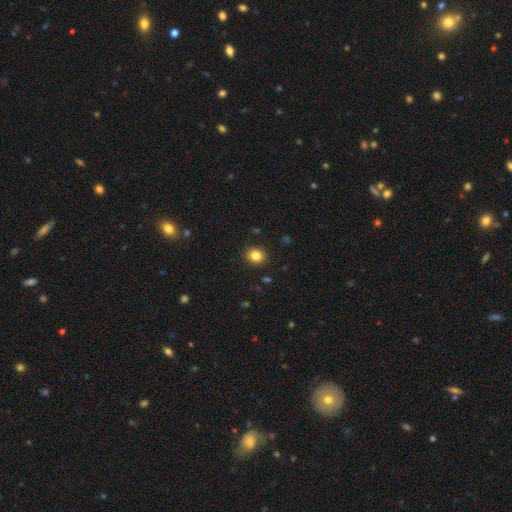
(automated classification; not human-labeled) A smooth galaxy with no disk features (84%) that is round (71%).

Vote fractions:
- Smooth or featured? smooth: 84% / star or artifact: 11% / featured or disk: 6%
- How rounded? round: 71% / in between: 28% / cigar-shaped: 1%
- Merging? none: 90% / minor disturbance: 7% / major disturbance: 2% / merger: 1%